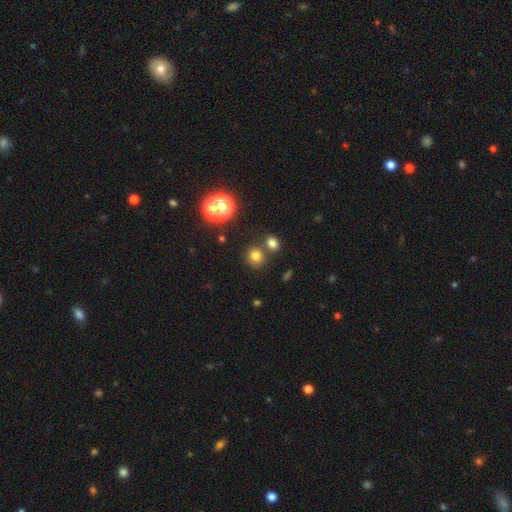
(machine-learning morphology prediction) smooth 75%, star or artifact 18%, featured or disk 7%. Down the decision tree: how rounded — round (82%); merging — none (71%).